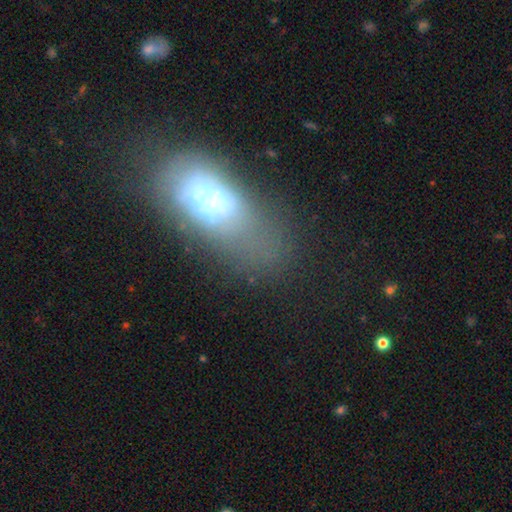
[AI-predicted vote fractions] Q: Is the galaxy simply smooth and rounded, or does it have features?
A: smooth — 45%.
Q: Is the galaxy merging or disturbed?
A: none — 34%.